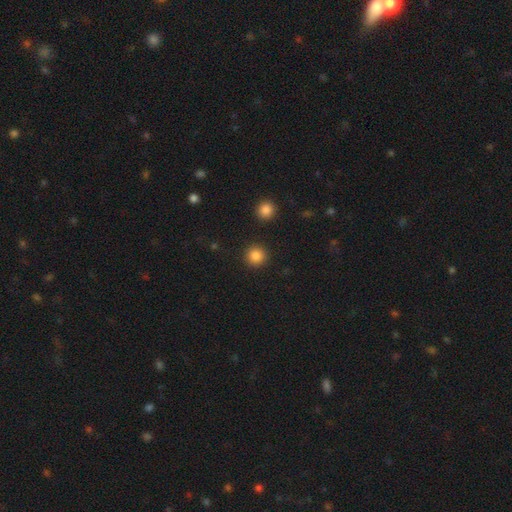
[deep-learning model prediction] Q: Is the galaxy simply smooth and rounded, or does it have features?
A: smooth — 86%.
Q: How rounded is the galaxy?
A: round — 94%.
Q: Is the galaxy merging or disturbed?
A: none — 91%.